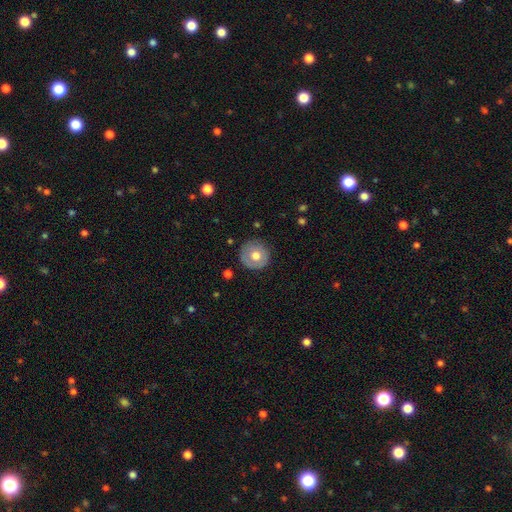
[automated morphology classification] type=smooth (65%); roundness=round (94%); merging=none (83%).